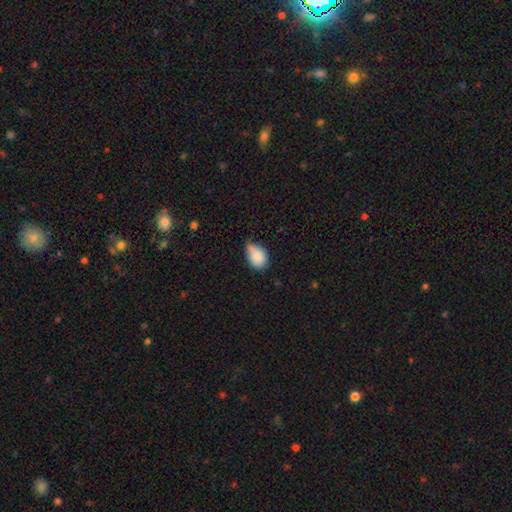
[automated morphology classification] Smooth or featured? Predicted: smooth (p=0.86). How rounded? Predicted: in between (p=0.77). Merging? Predicted: minor disturbance (p=0.50).